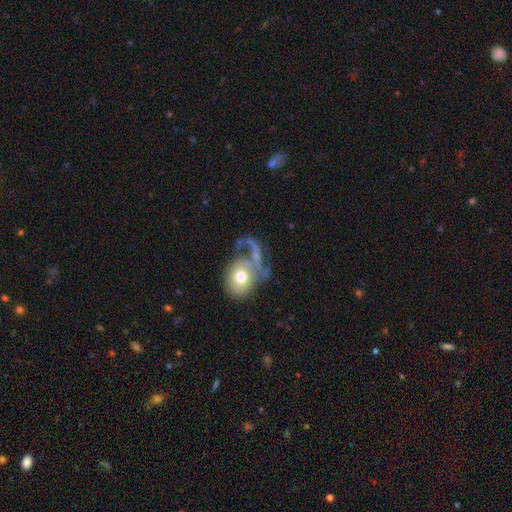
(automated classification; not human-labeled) smooth 45%, featured or disk 44%, star or artifact 11%. Down the decision tree: merging — major disturbance (38%).